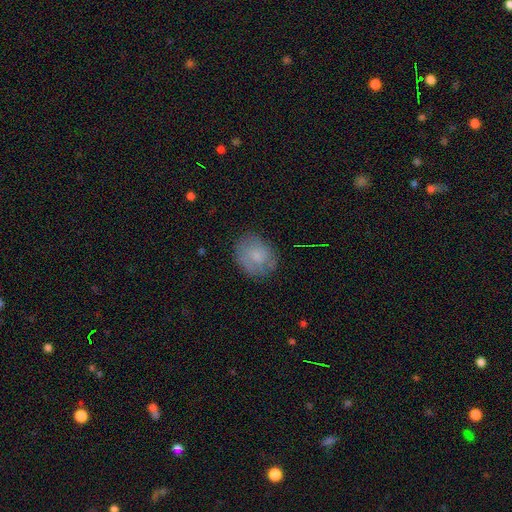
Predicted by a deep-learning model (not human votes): smooth 61%, featured or disk 31%, star or artifact 8%. Down the decision tree: how rounded — round (61%); merging — none (72%).